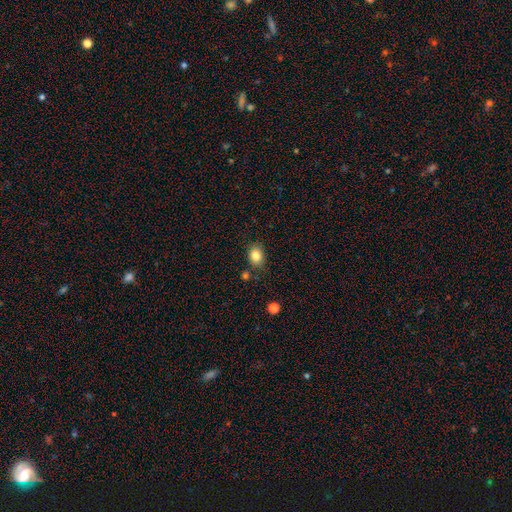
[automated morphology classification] Q: Smooth or featured?
A: smooth (85%); runner-up: star or artifact (10%)
Q: How rounded?
A: in between (58%); runner-up: round (41%)
Q: Merging?
A: none (79%); runner-up: minor disturbance (13%)